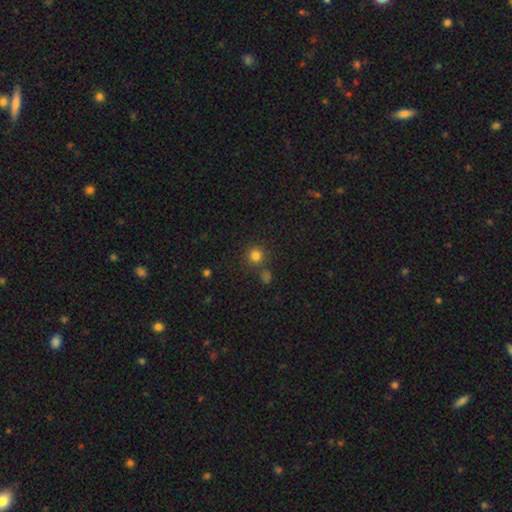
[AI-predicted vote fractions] Overall: smooth (79%). How rounded: round (92%). Merging: none (75%).